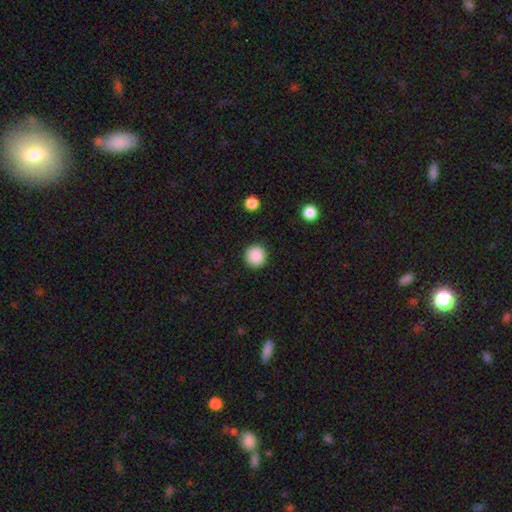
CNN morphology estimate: smooth-or-featured: smooth: 89% | star or artifact: 9% | featured or disk: 2%
  how-rounded: round: 96% | in between: 4% | cigar-shaped: 1%
  merging: none: 92% | minor disturbance: 5% | major disturbance: 2% | merger: 1%